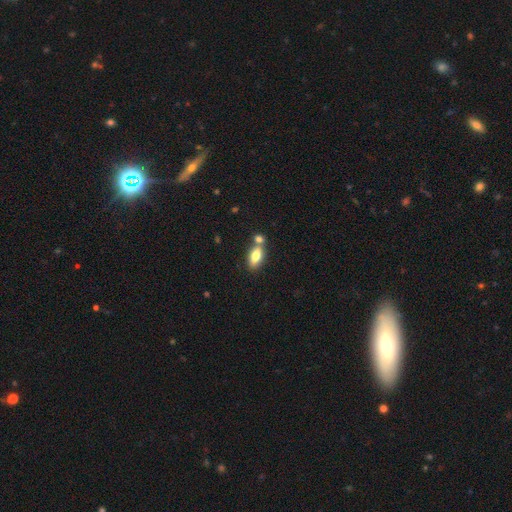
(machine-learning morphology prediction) The model was most divided on "merging": none: 53%, merger: 33%, minor disturbance: 11%, major disturbance: 3%. More confident: how rounded — in between (86%); smooth or featured — smooth (79%).